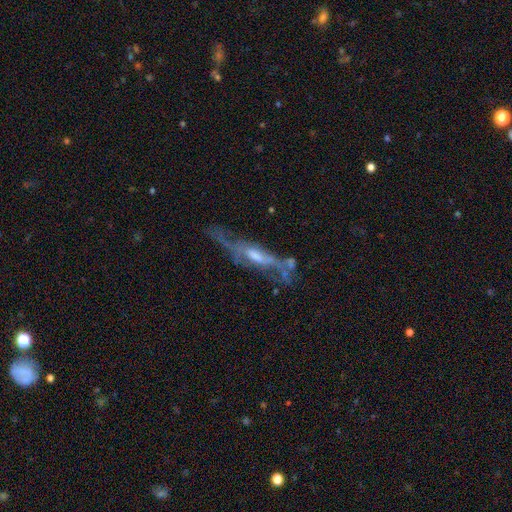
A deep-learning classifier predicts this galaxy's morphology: type=featured or disk (74%); edge-on=no (51%); merging=none (40%).